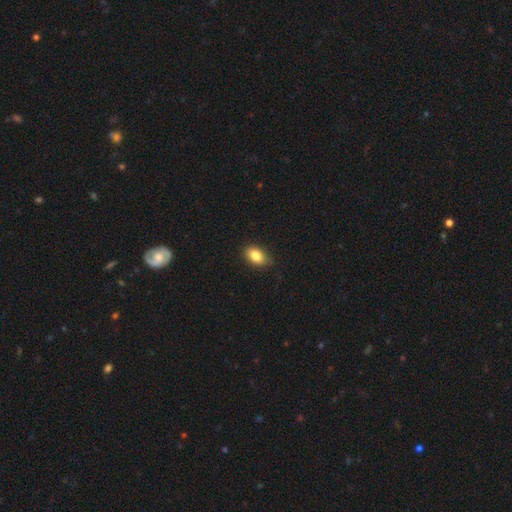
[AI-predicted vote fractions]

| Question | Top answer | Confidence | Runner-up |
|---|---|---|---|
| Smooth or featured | smooth | 83% | star or artifact (9%) |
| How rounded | in between | 83% | round (15%) |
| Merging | none | 81% | minor disturbance (15%) |